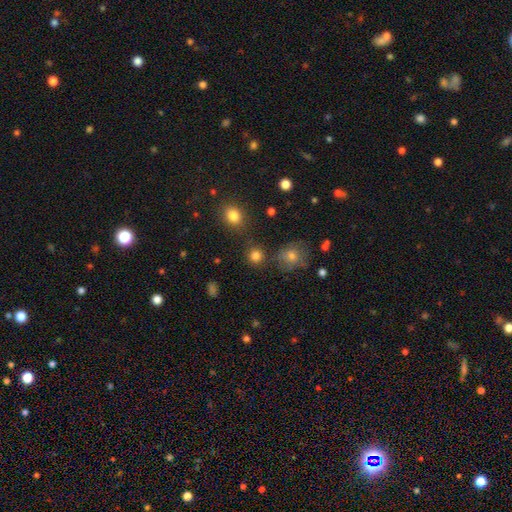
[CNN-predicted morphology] Smooth or featured? smooth (82%)
How rounded? round (89%)
Merging? none (80%)